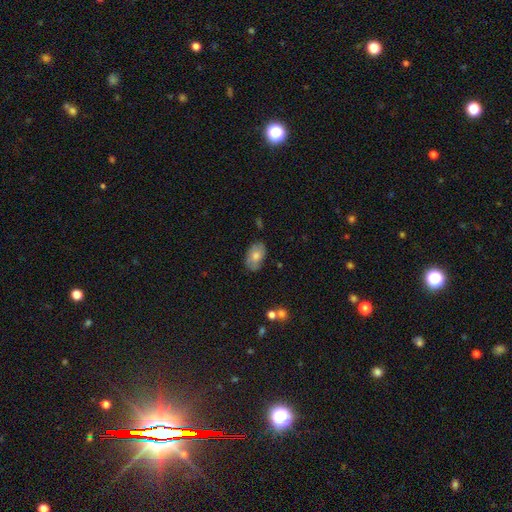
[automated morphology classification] The model was most divided on "smooth or featured": smooth: 70%, featured or disk: 23%, star or artifact: 7%. More confident: how rounded — in between (90%); merging — none (74%).